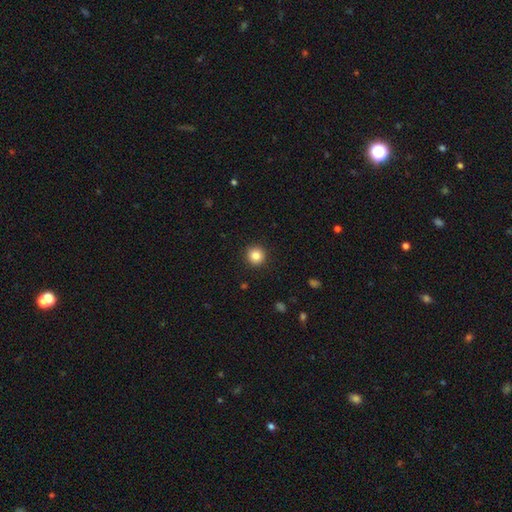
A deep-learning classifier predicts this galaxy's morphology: Smooth or featured?
  - smooth: 84% *
  - star or artifact: 10%
  - featured or disk: 5%
How rounded?
  - round: 94% *
  - in between: 5%
  - cigar-shaped: 1%
Merging?
  - none: 92% *
  - minor disturbance: 5%
  - major disturbance: 2%
  - merger: 1%